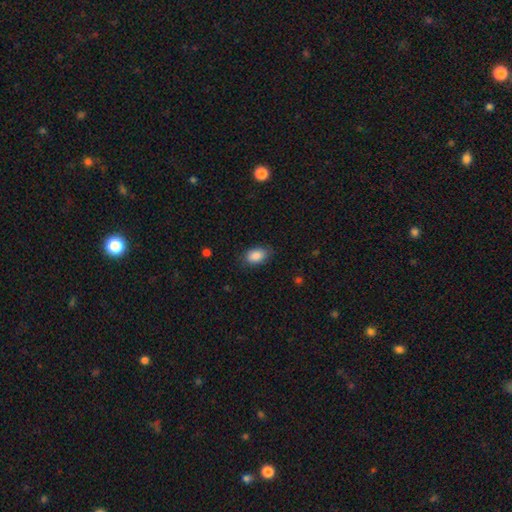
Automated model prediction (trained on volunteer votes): Q: Smooth or featured?
A: smooth (88%); runner-up: star or artifact (7%)
Q: How rounded?
A: in between (90%); runner-up: round (9%)
Q: Merging?
A: none (80%); runner-up: minor disturbance (16%)